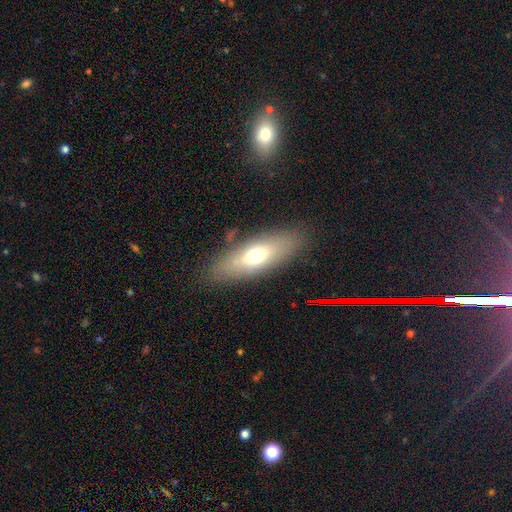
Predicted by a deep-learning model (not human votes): Smooth or featured?
  - smooth: 63% *
  - featured or disk: 29%
  - star or artifact: 8%
How rounded?
  - in between: 66% *
  - cigar-shaped: 31%
  - round: 3%
Merging?
  - none: 81% *
  - minor disturbance: 12%
  - major disturbance: 4%
  - merger: 2%